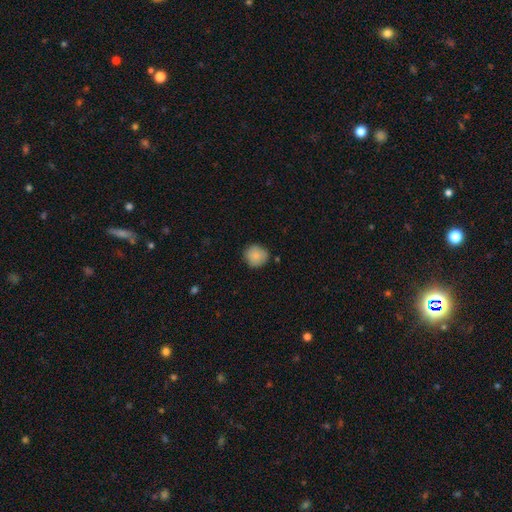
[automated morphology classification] This is clearly a smooth galaxy (85%). How rounded: clearly round (91%). Merging: clearly none (84%).